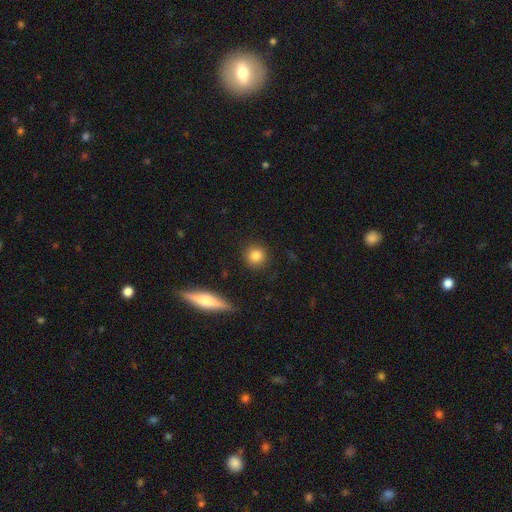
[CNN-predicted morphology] smooth_or_featured: smooth (p=0.83) [alt: star or artifact p=0.09]
how_rounded: round (p=0.91) [alt: in between p=0.07]
merging: none (p=0.89) [alt: minor disturbance p=0.07]